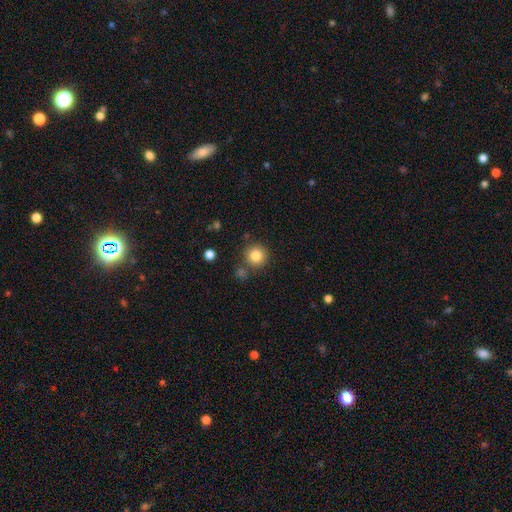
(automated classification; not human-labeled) smooth-or-featured: smooth: 84% | star or artifact: 10% | featured or disk: 6%
  how-rounded: round: 94% | in between: 5% | cigar-shaped: 1%
  merging: none: 80% | minor disturbance: 8% | merger: 8% | major disturbance: 3%